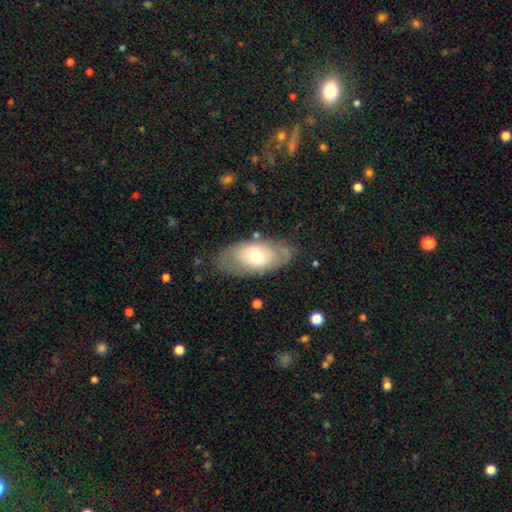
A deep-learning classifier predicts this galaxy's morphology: A smooth galaxy with no disk features (50%).

Vote fractions:
- Smooth or featured? smooth: 50% / featured or disk: 44% / star or artifact: 6%
- Merging? none: 74% / minor disturbance: 17% / major disturbance: 7% / merger: 3%